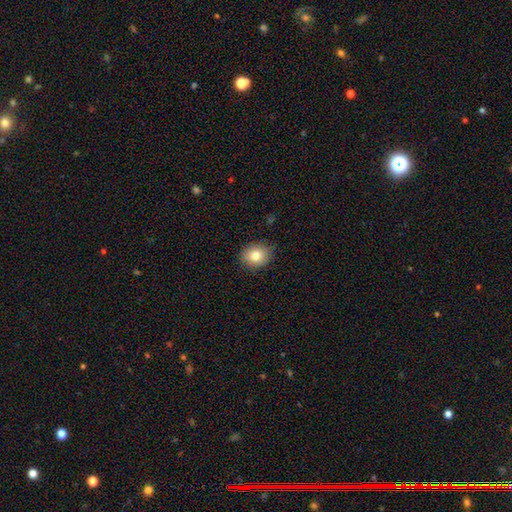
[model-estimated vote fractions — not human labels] This is clearly a smooth galaxy (80%). How rounded: likely round (69%). Merging: clearly none (86%).